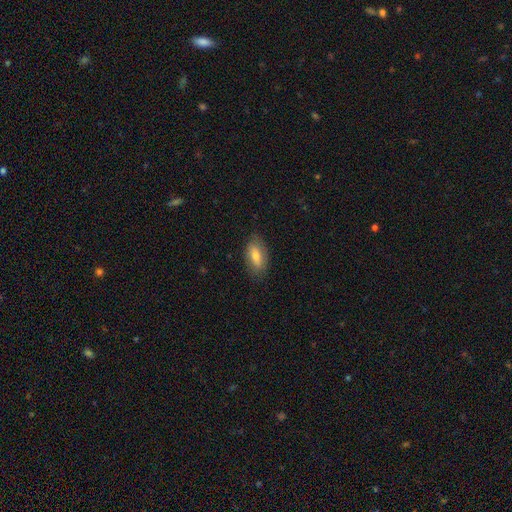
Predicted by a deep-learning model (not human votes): This is likely a smooth galaxy (73%). How rounded: clearly in between (85%). Merging: clearly none (82%).